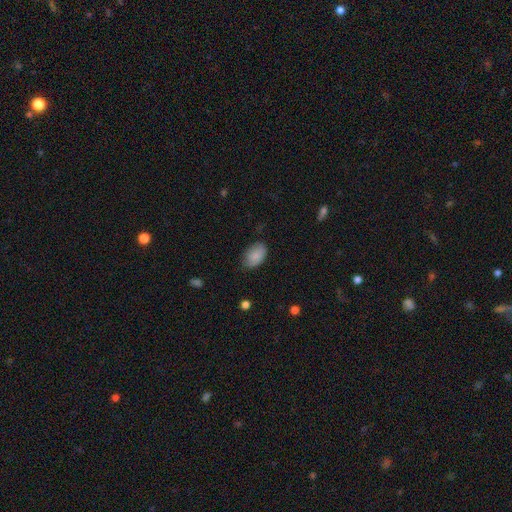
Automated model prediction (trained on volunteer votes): Morphology: type=smooth (86%); roundness=in between (91%); merging=none (73%).